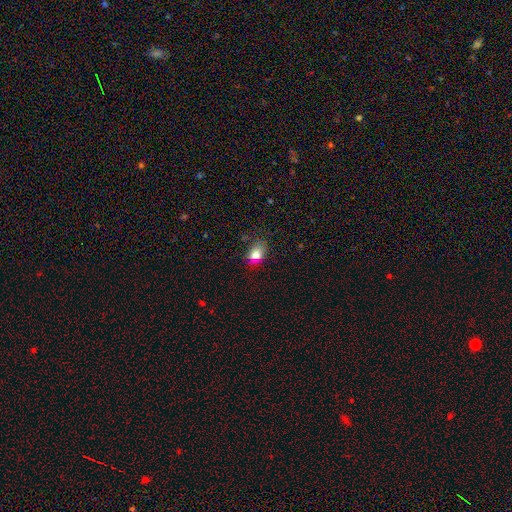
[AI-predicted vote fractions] Smooth or featured? Predicted: smooth (p=0.77). How rounded? Predicted: in between (p=0.72). Merging? Predicted: none (p=0.66).